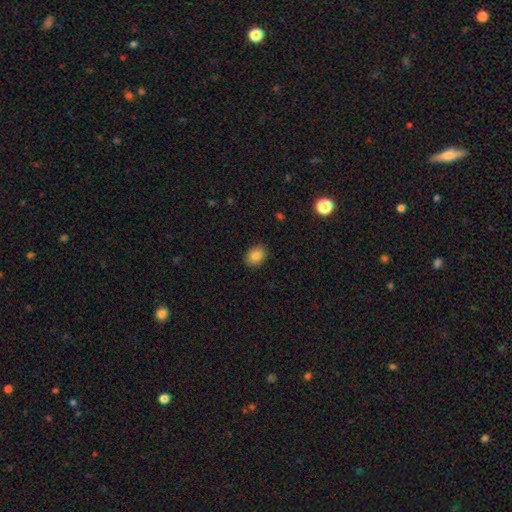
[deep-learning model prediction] A smooth galaxy with no disk features (84%) that is in between round and cigar-shaped (61%). Merging: none (89%).